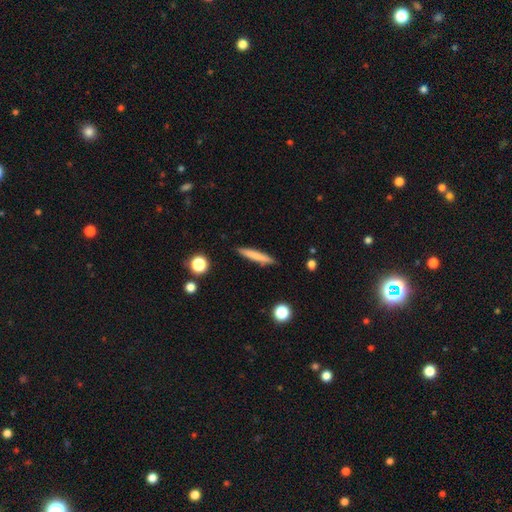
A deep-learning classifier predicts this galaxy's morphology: smooth_or_featured: smooth (p=0.75) [alt: featured or disk p=0.19]
how_rounded: cigar-shaped (p=0.94) [alt: in between p=0.05]
merging: none (p=0.89) [alt: minor disturbance p=0.08]